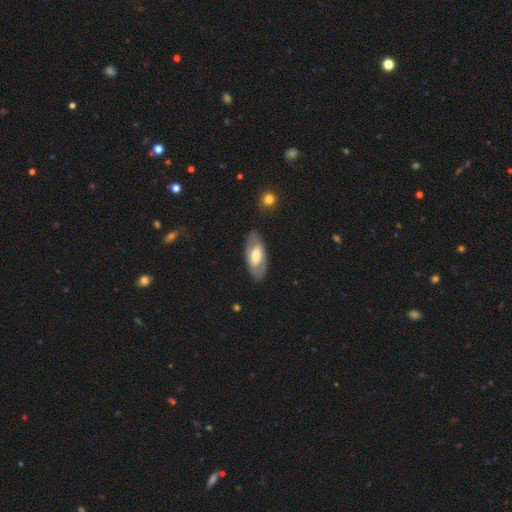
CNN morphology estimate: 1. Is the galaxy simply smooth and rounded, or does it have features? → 50% featured or disk, 45% smooth, 5% star or artifact.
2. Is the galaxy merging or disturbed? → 81% none, 13% minor disturbance, 4% major disturbance, 2% merger.